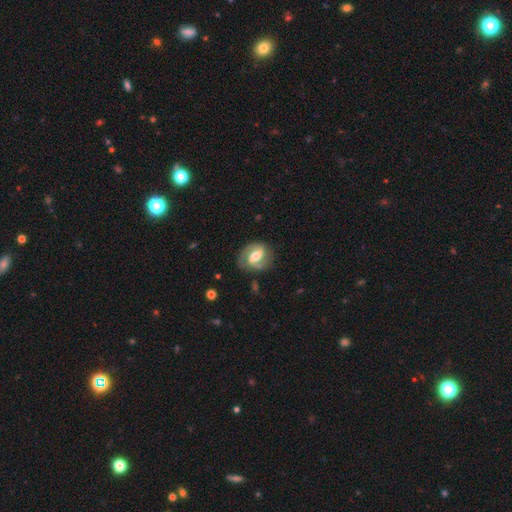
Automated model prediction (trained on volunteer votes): Q: Smooth or featured?
A: featured or disk (77%); runner-up: smooth (18%)
Q: Edge-on disk?
A: no (97%); runner-up: yes (3%)
Q: Bar?
A: weak (41%); tied with: strong (41%)
Q: Spiral arms?
A: yes (89%); runner-up: no (11%)
Q: Spiral winding?
A: medium (48%); runner-up: tight (32%)
Q: Spiral arm count?
A: 2 (85%); runner-up: can't tell (6%)
Q: Bulge size?
A: moderate (64%); runner-up: small (18%)
Q: Merging?
A: none (76%); runner-up: minor disturbance (16%)